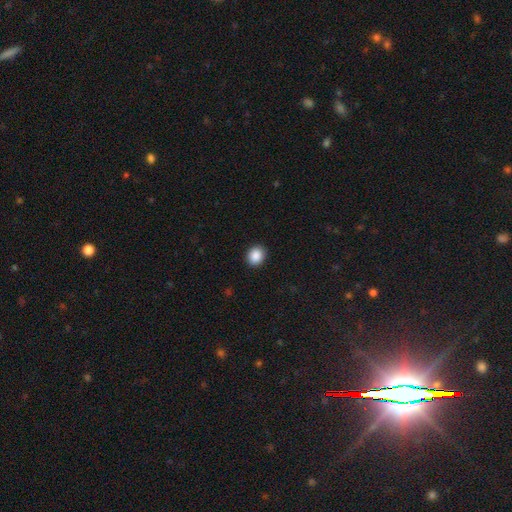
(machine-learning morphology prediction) smooth_or_featured: smooth (p=0.88) [alt: star or artifact p=0.08]
how_rounded: round (p=0.64) [alt: in between p=0.35]
merging: none (p=0.91) [alt: minor disturbance p=0.06]